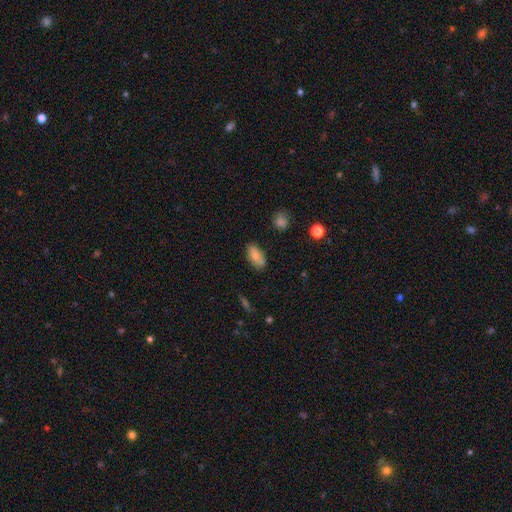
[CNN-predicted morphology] The model was most divided on "merging": none: 77%, minor disturbance: 16%, merger: 3%, major disturbance: 3%. More confident: how rounded — in between (89%); smooth or featured — smooth (81%).